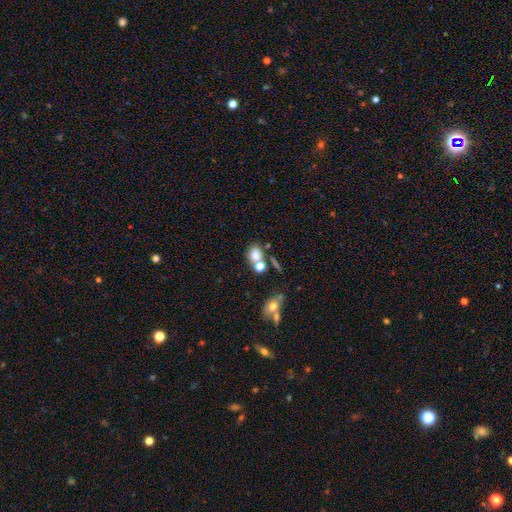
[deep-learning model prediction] smooth-or-featured: smooth: 74% | featured or disk: 13% | star or artifact: 13%
  how-rounded: in between: 49% (tied) | round: 49% (tied) | cigar-shaped: 2%
  merging: none: 44% | merger: 38% | minor disturbance: 12% | major disturbance: 6%